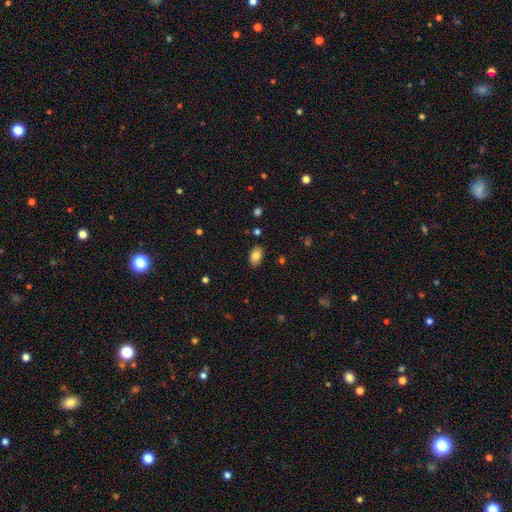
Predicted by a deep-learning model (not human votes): Overall: smooth (83%). How rounded: in between (90%). Merging: none (86%).